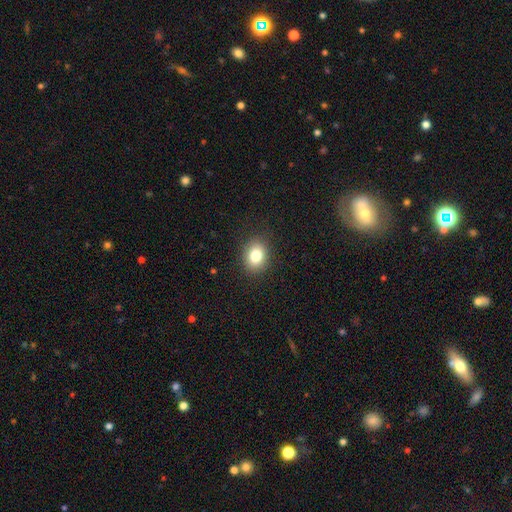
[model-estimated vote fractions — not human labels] The model was most divided on "how rounded": in between: 54%, round: 45%, cigar-shaped: 1%. More confident: merging — none (88%); smooth or featured — smooth (82%).